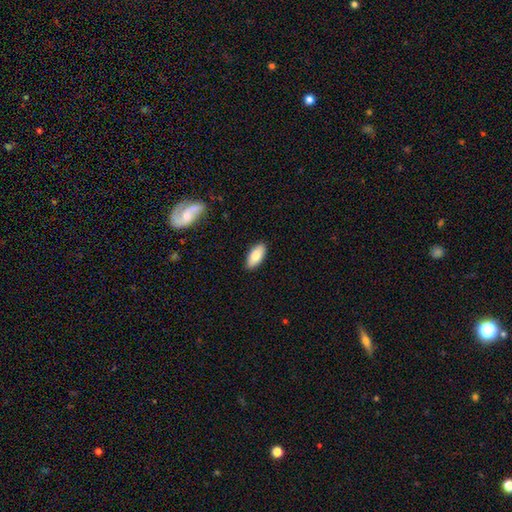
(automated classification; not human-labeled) Smooth or featured?
  - smooth: 81% *
  - featured or disk: 12%
  - star or artifact: 6%
How rounded?
  - in between: 89% *
  - cigar-shaped: 9%
  - round: 2%
Merging?
  - none: 89% *
  - minor disturbance: 8%
  - major disturbance: 2%
  - merger: 1%